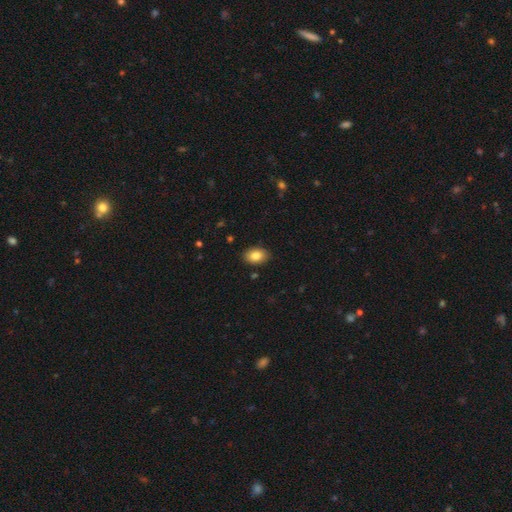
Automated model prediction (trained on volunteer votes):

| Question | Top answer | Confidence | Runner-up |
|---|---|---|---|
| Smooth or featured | smooth | 84% | star or artifact (8%) |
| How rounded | in between | 83% | round (15%) |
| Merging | none | 88% | minor disturbance (9%) |